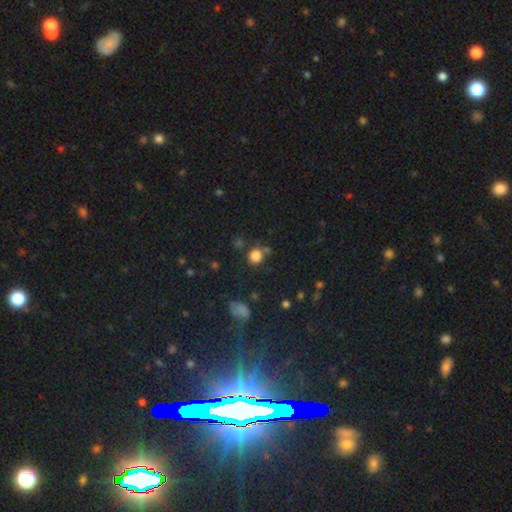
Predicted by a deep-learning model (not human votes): The model was most divided on "merging": none: 71%, minor disturbance: 13%, merger: 11%, major disturbance: 5%. More confident: how rounded — round (84%); smooth or featured — smooth (81%).